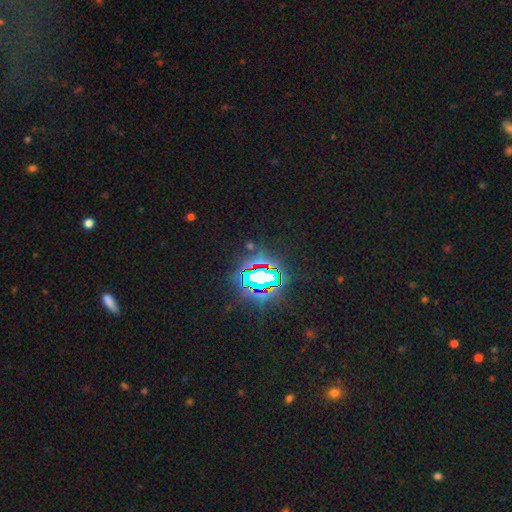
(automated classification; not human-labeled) This appears to be a star or artifact, not a galaxy (85%).